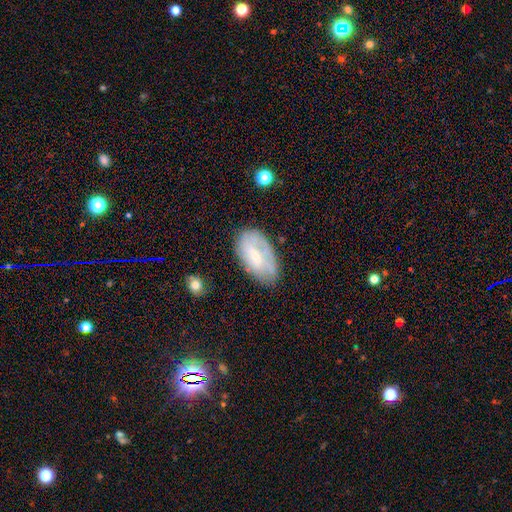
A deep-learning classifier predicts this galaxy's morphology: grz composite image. It shows a smooth galaxy with no disk features (50%) that is in between round and cigar-shaped (93%). Merging: none (66%).